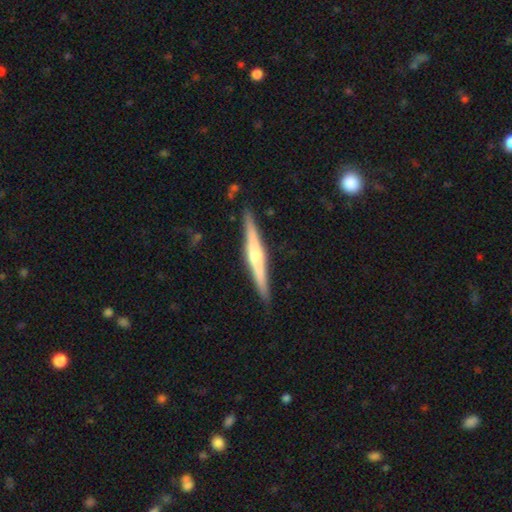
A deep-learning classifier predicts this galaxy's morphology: Smooth or featured? Predicted: featured or disk (p=0.70). Edge-on disk? Predicted: yes (p=0.98). Edge-on bulge? Predicted: rounded (p=0.83). Merging? Predicted: none (p=0.90).